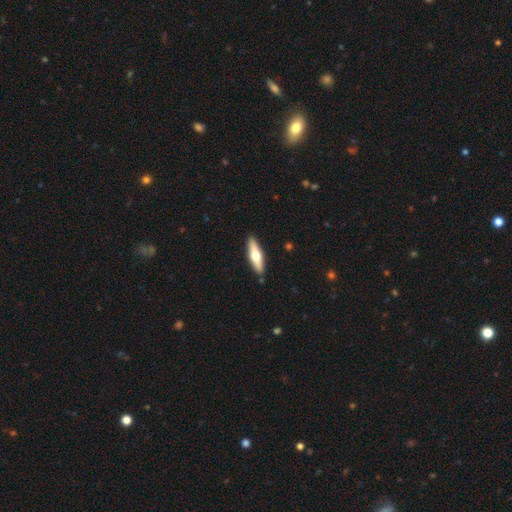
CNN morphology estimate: smooth_or_featured: featured or disk (p=0.49) [alt: smooth p=0.46]
merging: none (p=0.89) [alt: minor disturbance p=0.08]